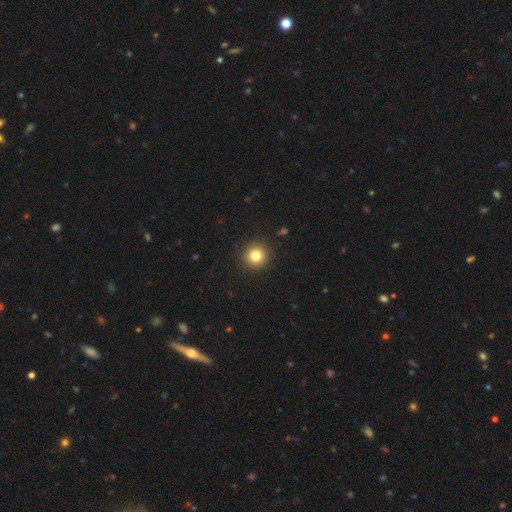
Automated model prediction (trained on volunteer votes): Smooth or featured? smooth (81%)
How rounded? round (94%)
Merging? none (92%)